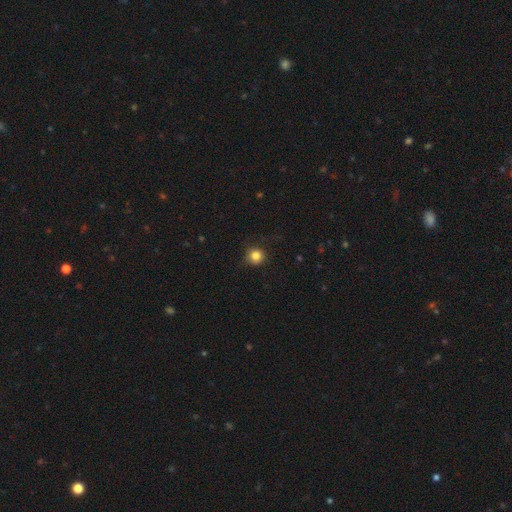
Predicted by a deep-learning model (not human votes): The model was most divided on "merging": none: 83%, minor disturbance: 12%, major disturbance: 3%, merger: 1%. More confident: how rounded — round (93%); smooth or featured — smooth (83%).